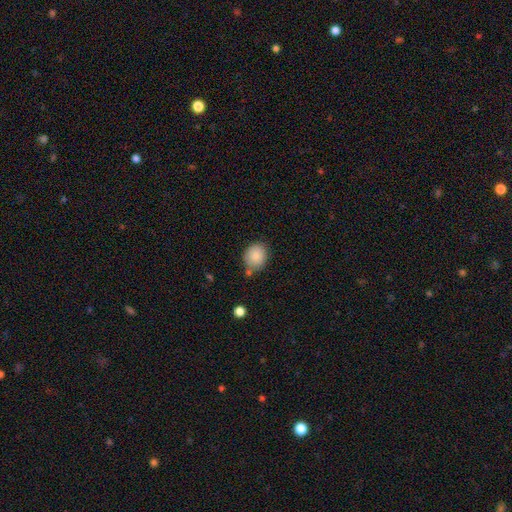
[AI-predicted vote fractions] Q: Smooth or featured?
A: smooth (86%); runner-up: star or artifact (8%)
Q: How rounded?
A: round (65%); runner-up: in between (34%)
Q: Merging?
A: none (65%); runner-up: minor disturbance (21%)